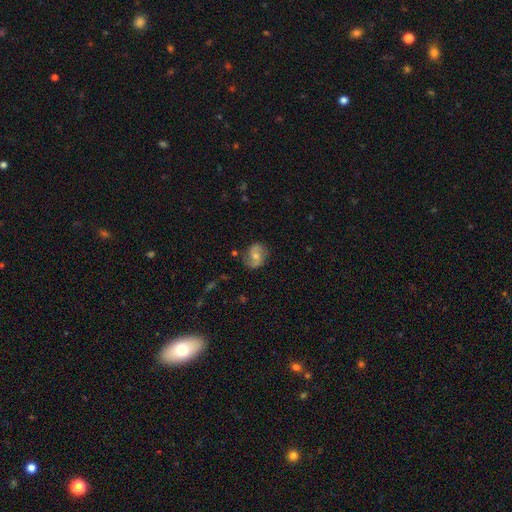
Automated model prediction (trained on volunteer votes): A featured or disk galaxy (63%) with no bar (49%), 2 (89%) loose (44%) spiral arms (90%) and a moderate central bulge (53%).

Vote fractions:
- Smooth or featured? featured or disk: 63% / smooth: 28% / star or artifact: 9%
- Edge-on disk? no: 97% / yes: 3%
- Bar? no: 49% / weak: 39% / strong: 12%
- Spiral arms? yes: 90% / no: 10%
- Spiral winding? loose: 44% / medium: 41% / tight: 15%
- Spiral arm count? 2: 89% / can't tell: 5% / 1: 3% / 3: 1% / 4: 1% / more than 4: 1%
- Bulge size? moderate: 53% / small: 38% / none: 5% / large: 3% / dominant: 1%
- Merging? none: 76% / minor disturbance: 17% / major disturbance: 5% / merger: 2%